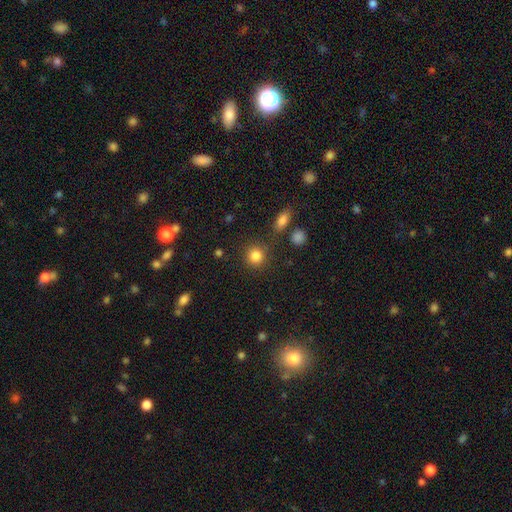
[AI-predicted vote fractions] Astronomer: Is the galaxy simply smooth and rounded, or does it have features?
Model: smooth — 84%.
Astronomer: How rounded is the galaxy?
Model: round — 89%.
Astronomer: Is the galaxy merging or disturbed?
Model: none — 83%.